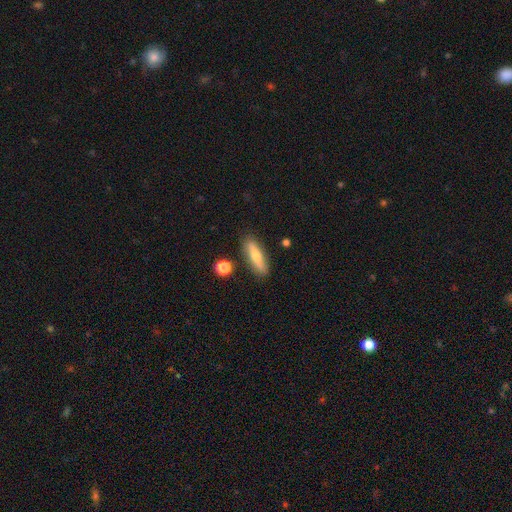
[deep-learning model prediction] Morphology: type=smooth (54%); roundness=cigar-shaped (65%); merging=none (85%).